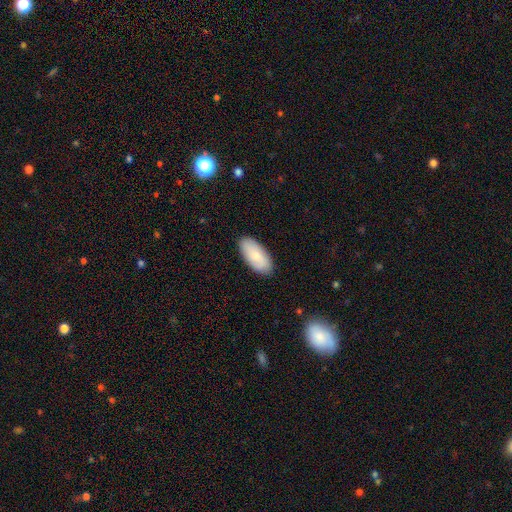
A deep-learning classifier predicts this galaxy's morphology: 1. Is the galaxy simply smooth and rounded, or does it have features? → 80% smooth, 14% featured or disk, 6% star or artifact.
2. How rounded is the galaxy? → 92% in between, 6% cigar-shaped, 2% round.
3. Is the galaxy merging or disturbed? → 87% none, 10% minor disturbance, 2% major disturbance, 1% merger.